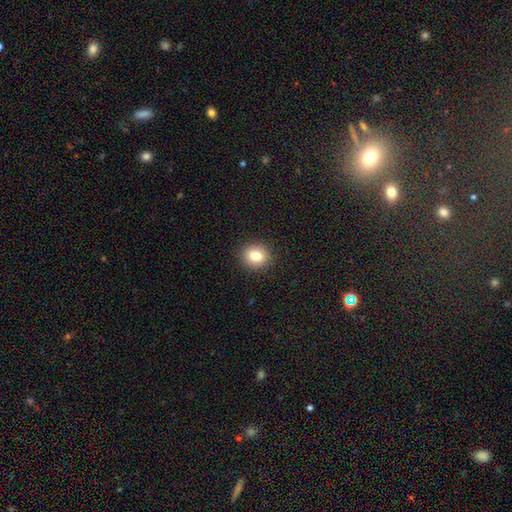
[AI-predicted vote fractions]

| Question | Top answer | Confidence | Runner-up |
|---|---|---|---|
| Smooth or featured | smooth | 82% | star or artifact (10%) |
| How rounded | round | 79% | in between (20%) |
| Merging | none | 91% | minor disturbance (6%) |